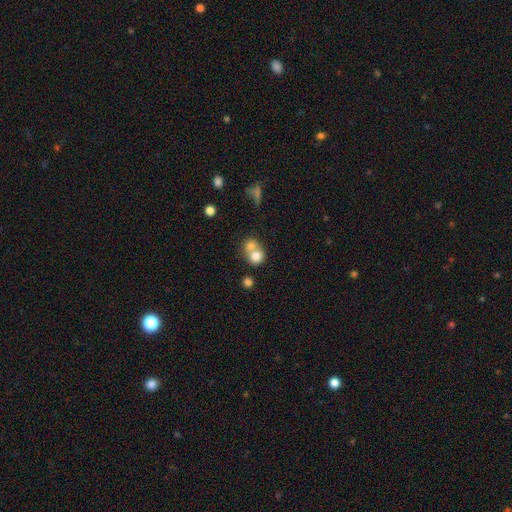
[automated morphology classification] A smooth galaxy with no disk features (76%) that is round (75%).

Vote fractions:
- Smooth or featured? smooth: 76% / featured or disk: 14% / star or artifact: 10%
- How rounded? round: 75% / in between: 24% / cigar-shaped: 1%
- Merging? merger: 62% / none: 29% / minor disturbance: 6% / major disturbance: 3%